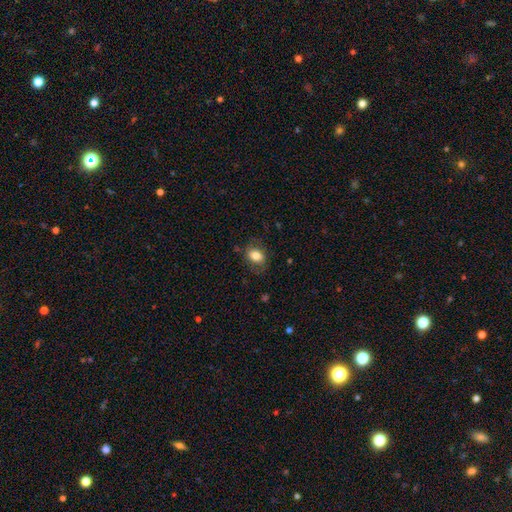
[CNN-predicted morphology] Q: Smooth or featured?
A: smooth (79%); runner-up: featured or disk (13%)
Q: How rounded?
A: in between (71%); runner-up: round (27%)
Q: Merging?
A: none (76%); runner-up: minor disturbance (17%)